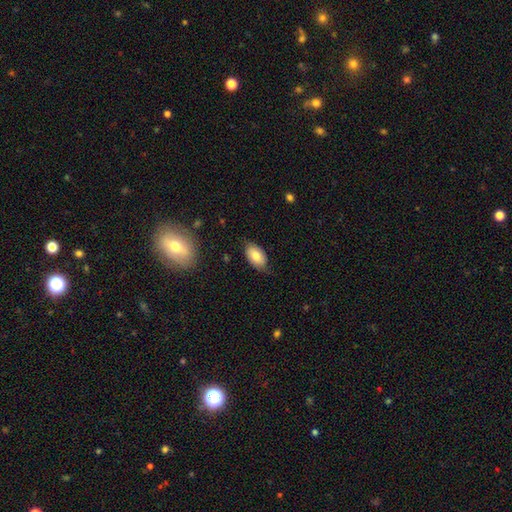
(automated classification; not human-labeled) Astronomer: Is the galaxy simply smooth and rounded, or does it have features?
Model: smooth — 78%.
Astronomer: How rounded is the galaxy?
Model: in between — 94%.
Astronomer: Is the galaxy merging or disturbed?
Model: none — 76%.